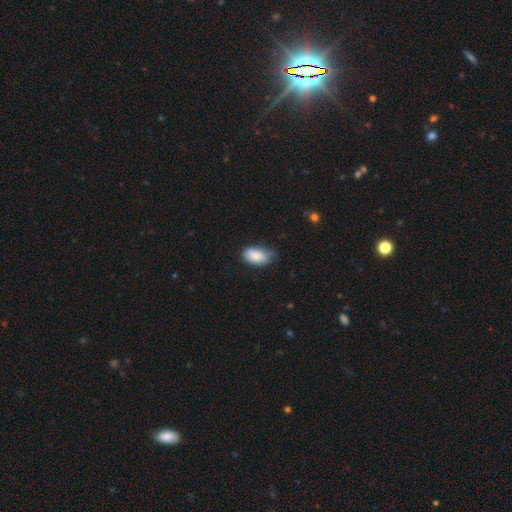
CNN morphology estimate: This is clearly a smooth galaxy (83%). How rounded: clearly in between (93%). Merging: possibly none (55%).